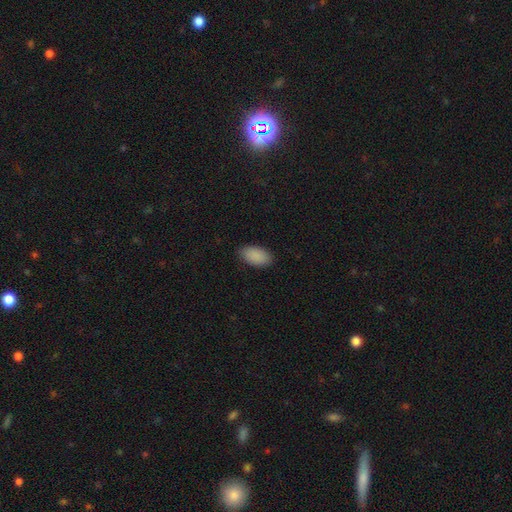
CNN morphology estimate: smooth 90%, star or artifact 7%, featured or disk 3%. Down the decision tree: how rounded — in between (95%); merging — none (86%).